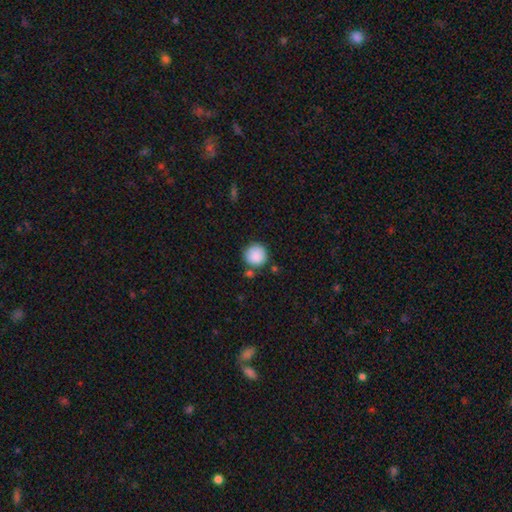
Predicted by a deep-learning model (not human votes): smooth 88%, star or artifact 8%, featured or disk 4%. Down the decision tree: how rounded — round (94%); merging — none (78%).